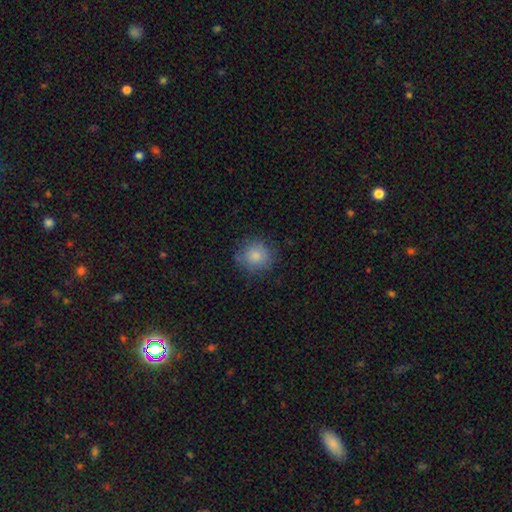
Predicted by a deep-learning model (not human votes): Smooth or featured? smooth (83%)
How rounded? round (90%)
Merging? none (78%)